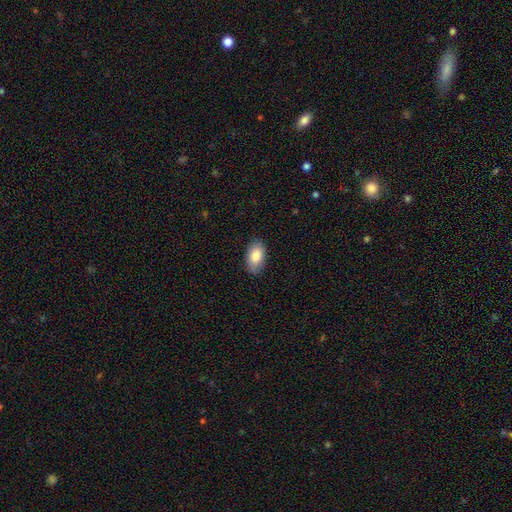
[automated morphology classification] This is clearly a smooth galaxy (84%). How rounded: clearly in between (94%). Merging: clearly none (87%).